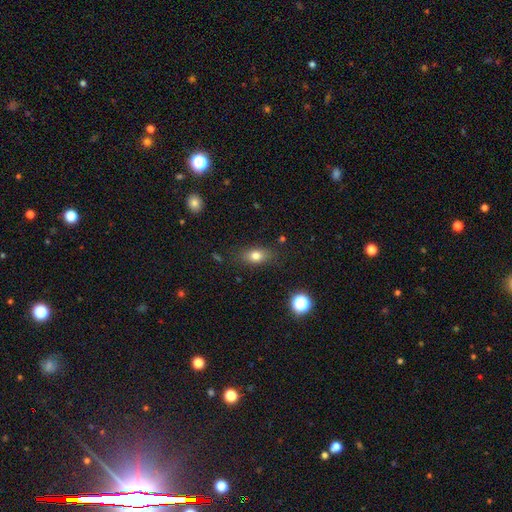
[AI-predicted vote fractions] Smooth or featured?
  - smooth: 76% *
  - star or artifact: 12%
  - featured or disk: 12%
How rounded?
  - in between: 76% *
  - round: 19%
  - cigar-shaped: 5%
Merging?
  - none: 82% *
  - minor disturbance: 13%
  - major disturbance: 4%
  - merger: 2%